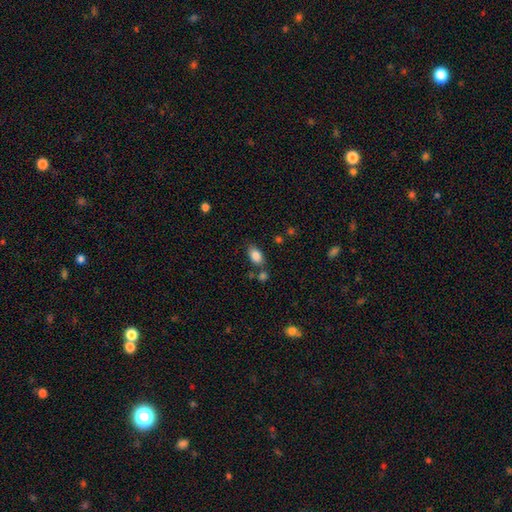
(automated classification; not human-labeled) Smooth or featured? Predicted: smooth (p=0.85). How rounded? Predicted: in between (p=0.89). Merging? Predicted: none (p=0.70).